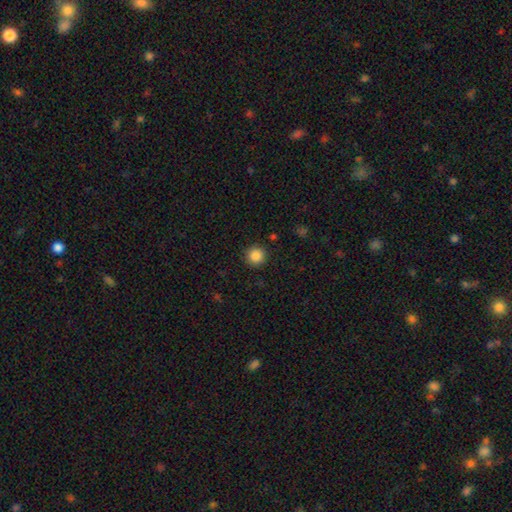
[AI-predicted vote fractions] Overall: smooth (86%). How rounded: round (95%). Merging: none (91%).